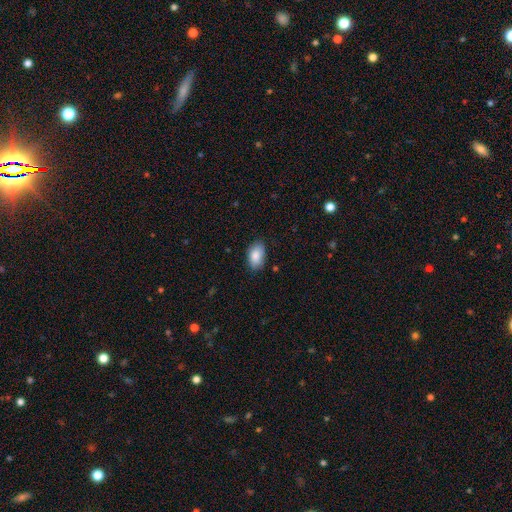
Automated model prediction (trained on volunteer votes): Smooth or featured? Predicted: smooth (p=0.87). How rounded? Predicted: in between (p=0.92). Merging? Predicted: none (p=0.79).